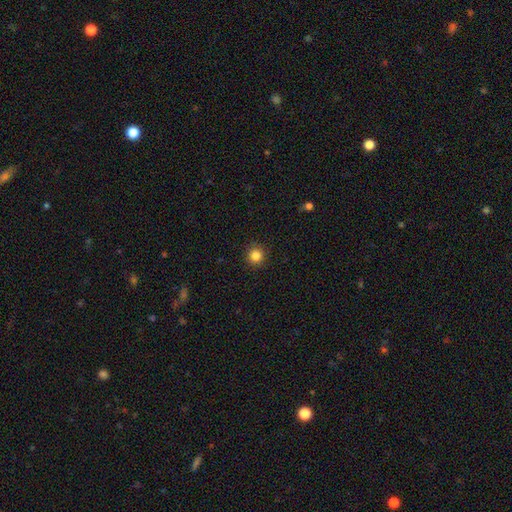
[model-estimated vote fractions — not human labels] smooth 85%, star or artifact 11%, featured or disk 4%. Down the decision tree: how rounded — round (95%); merging — none (92%).